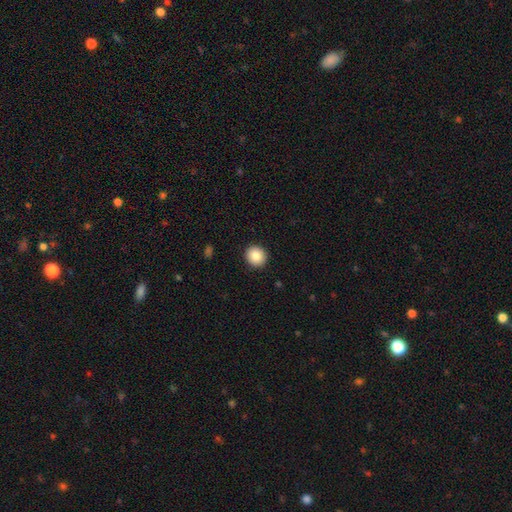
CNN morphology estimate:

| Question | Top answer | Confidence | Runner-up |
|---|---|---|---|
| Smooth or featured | smooth | 87% | star or artifact (8%) |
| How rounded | round | 89% | in between (10%) |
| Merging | none | 92% | minor disturbance (5%) |